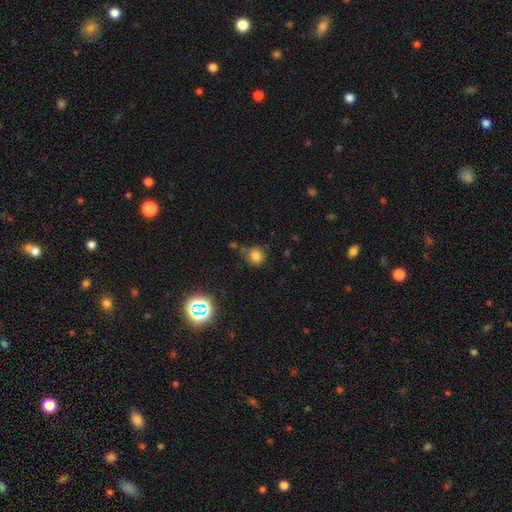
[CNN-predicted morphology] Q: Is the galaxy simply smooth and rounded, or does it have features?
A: smooth — 79%.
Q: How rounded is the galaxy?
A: round — 84%.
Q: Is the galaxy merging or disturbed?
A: none — 57%.